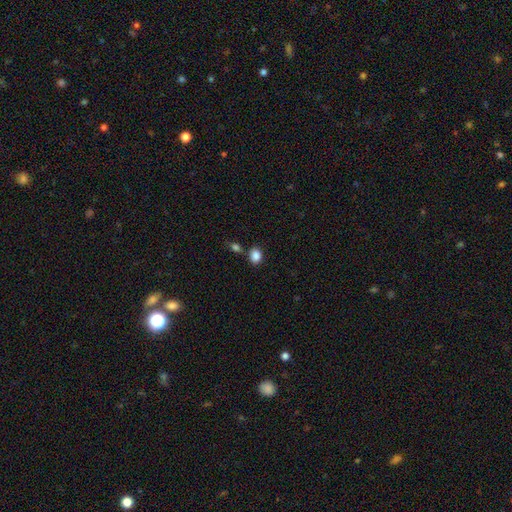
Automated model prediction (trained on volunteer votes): Overall: smooth (86%). How rounded: in between (59%; round 40%). Merging: none (73%).